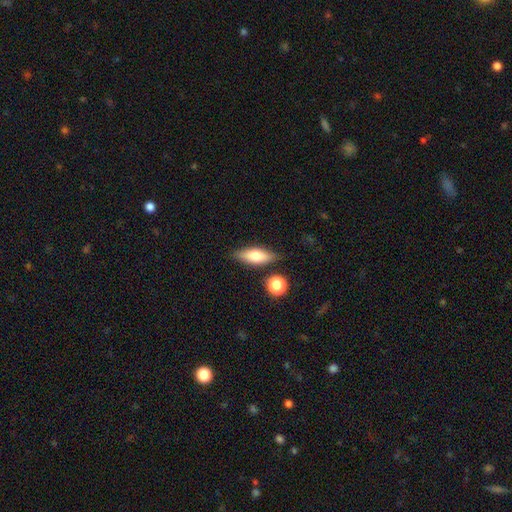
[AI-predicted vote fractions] smooth 65%, featured or disk 28%, star or artifact 8%. Down the decision tree: how rounded — in between (65%); merging — none (79%).